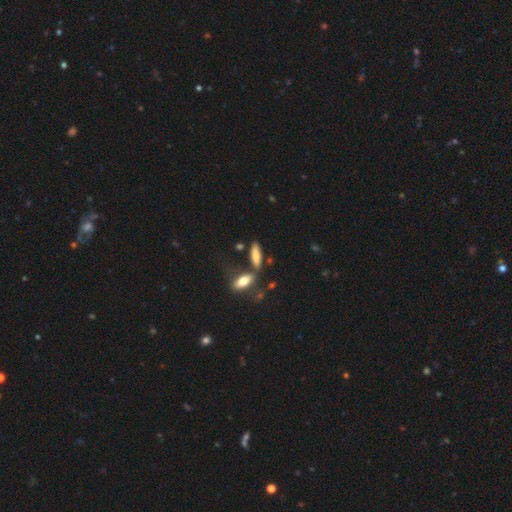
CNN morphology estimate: This is likely a smooth galaxy (73%). How rounded: possibly cigar-shaped (53%). Merging: likely none (63%).